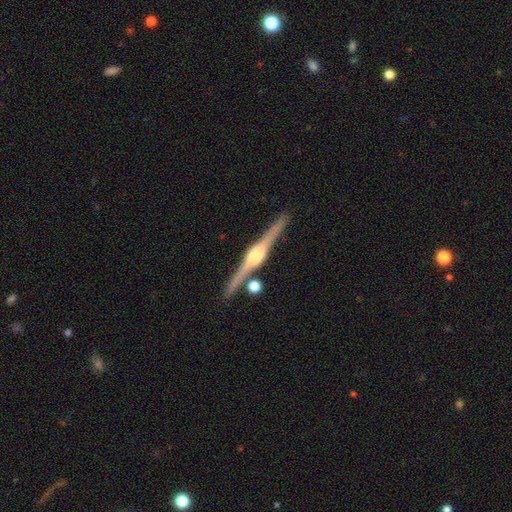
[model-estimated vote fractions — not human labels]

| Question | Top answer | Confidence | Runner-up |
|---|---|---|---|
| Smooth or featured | featured or disk | 88% | smooth (7%) |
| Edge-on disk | yes | 98% | no (2%) |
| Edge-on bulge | rounded | 85% | boxy (13%) |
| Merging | none | 86% | minor disturbance (8%) |